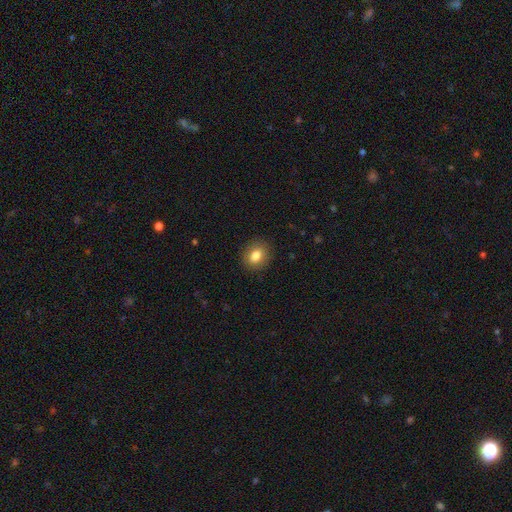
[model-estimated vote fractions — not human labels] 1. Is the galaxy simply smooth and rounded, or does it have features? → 82% smooth, 9% star or artifact, 9% featured or disk.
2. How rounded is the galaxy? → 63% round, 36% in between, 1% cigar-shaped.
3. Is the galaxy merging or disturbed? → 89% none, 8% minor disturbance, 2% major disturbance, 1% merger.